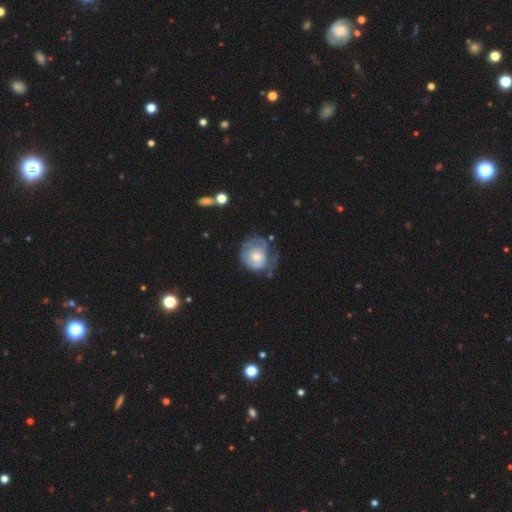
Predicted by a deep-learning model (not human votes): smooth-or-featured: smooth: 49% | featured or disk: 44% | star or artifact: 7%
  merging: none: 39% | minor disturbance: 31% | major disturbance: 26% | merger: 4%